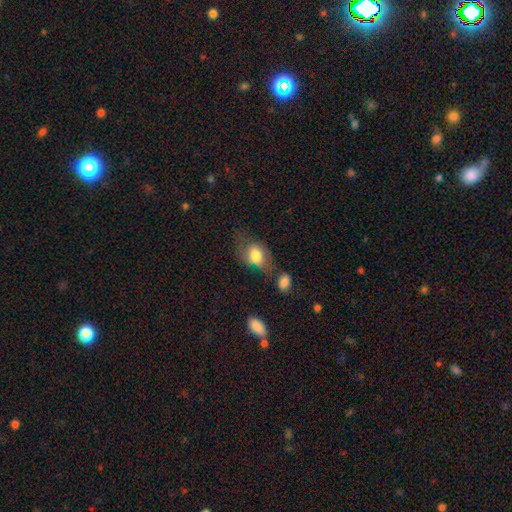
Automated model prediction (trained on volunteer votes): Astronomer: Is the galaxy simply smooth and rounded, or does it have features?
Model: smooth — 73%.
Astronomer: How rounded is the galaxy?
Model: in between — 76%.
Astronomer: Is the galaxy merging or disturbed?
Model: none — 41% (runner-up: minor disturbance, 26%).